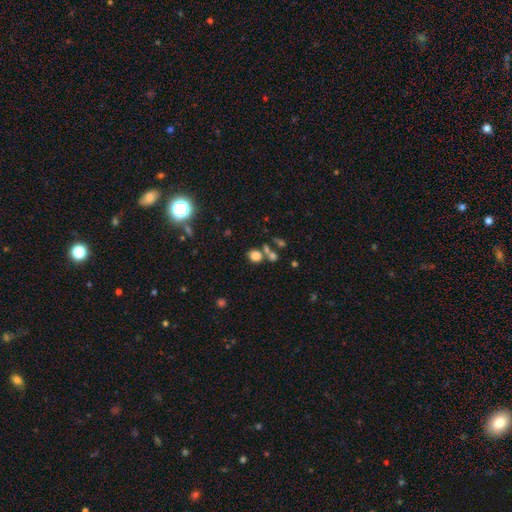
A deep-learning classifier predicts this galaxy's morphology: smooth 76%, star or artifact 16%, featured or disk 8%. Down the decision tree: how rounded — round (71%); merging — none (57%).